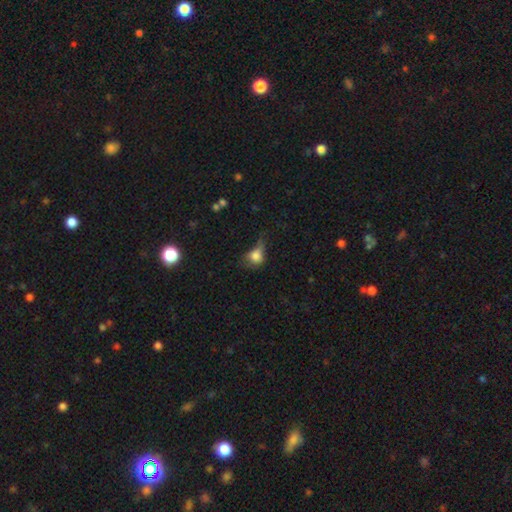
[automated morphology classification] type=smooth (74%); roundness=round (51%); merging=major disturbance (38%).